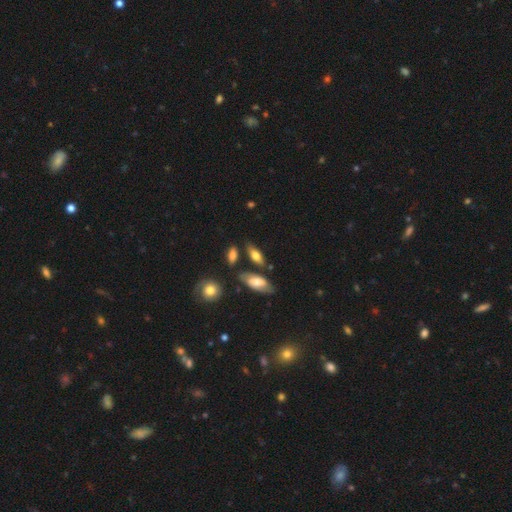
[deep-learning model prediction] Smooth or featured?
  - smooth: 67% *
  - featured or disk: 26%
  - star or artifact: 7%
How rounded?
  - in between: 75% *
  - cigar-shaped: 21%
  - round: 4%
Merging?
  - none: 70% *
  - minor disturbance: 15%
  - merger: 12%
  - major disturbance: 4%